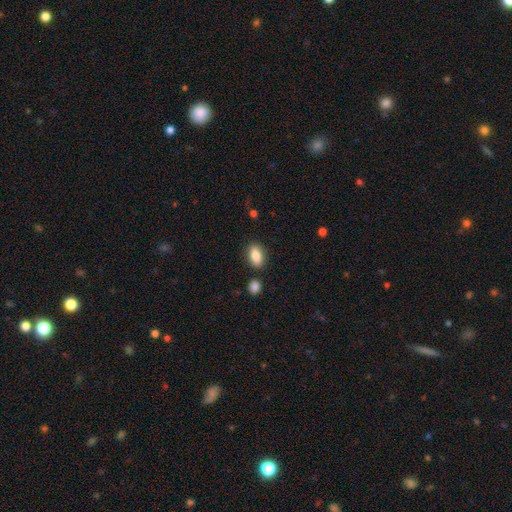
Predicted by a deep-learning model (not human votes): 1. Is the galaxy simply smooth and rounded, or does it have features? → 85% smooth, 8% featured or disk, 7% star or artifact.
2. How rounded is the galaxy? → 88% in between, 7% round, 5% cigar-shaped.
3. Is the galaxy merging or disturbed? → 85% none, 9% minor disturbance, 4% merger, 2% major disturbance.